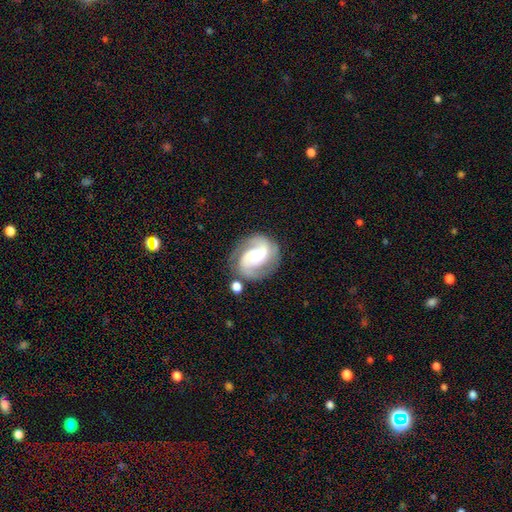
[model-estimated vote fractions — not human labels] A featured or disk galaxy (85%) with no bar (47%), 2 (88%) medium (54%) spiral arms (97%) and a moderate central bulge (48%). Merging: none (74%).